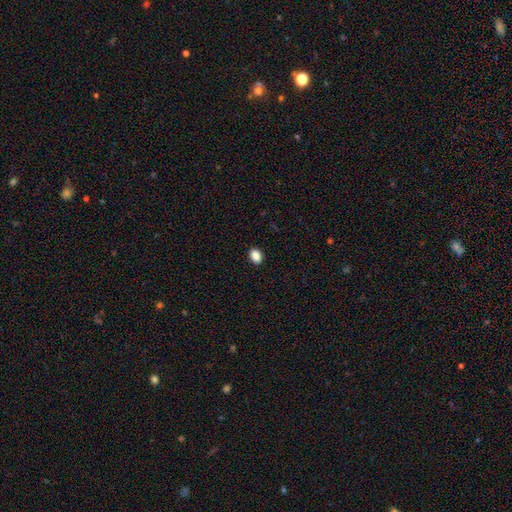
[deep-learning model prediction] Smooth or featured? smooth (88%)
How rounded? in between (75%)
Merging? none (90%)